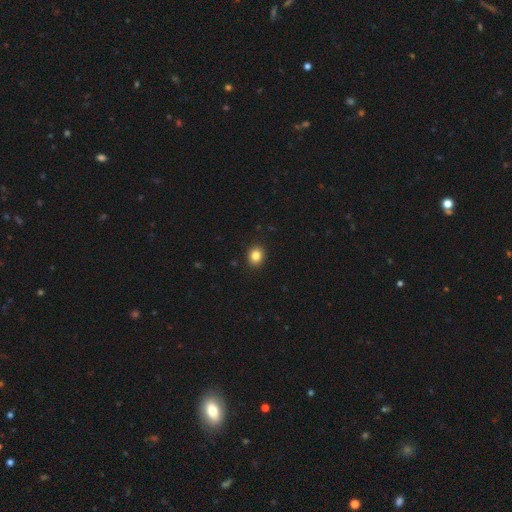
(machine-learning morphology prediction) A smooth galaxy with no disk features (84%) that is round (66%). Merging: none (91%).